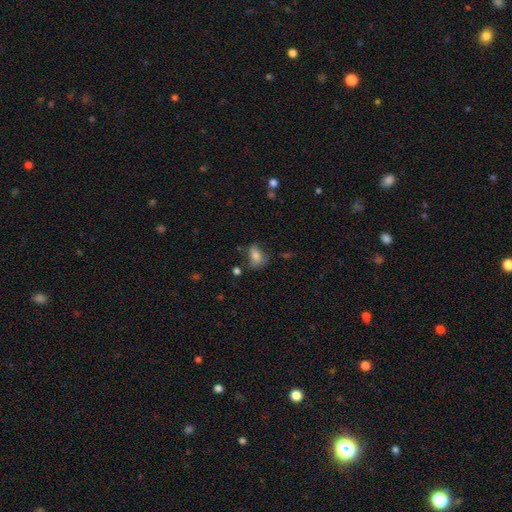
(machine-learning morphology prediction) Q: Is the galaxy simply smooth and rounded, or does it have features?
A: smooth — 74%.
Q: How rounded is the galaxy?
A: in between — 78%.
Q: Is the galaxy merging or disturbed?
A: none — 54%.